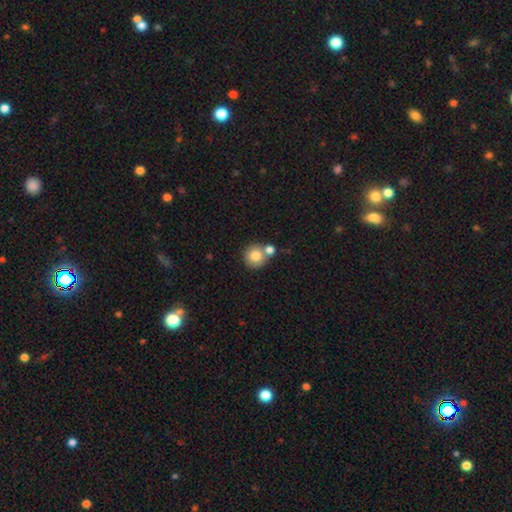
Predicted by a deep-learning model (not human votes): This is clearly a smooth galaxy (80%). How rounded: clearly round (90%). Merging: possibly none (55%).